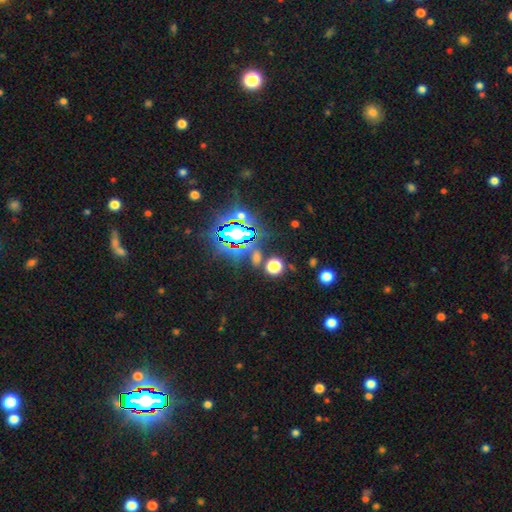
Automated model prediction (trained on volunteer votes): star or artifact 74%, smooth 17%, featured or disk 8%.